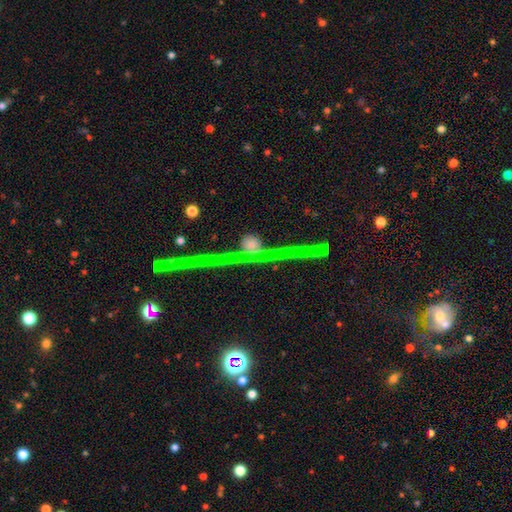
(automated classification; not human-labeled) A featured or disk galaxy (57%) viewed edge-on (94%) with a rounded central bulge (51%). Merging: none (84%).